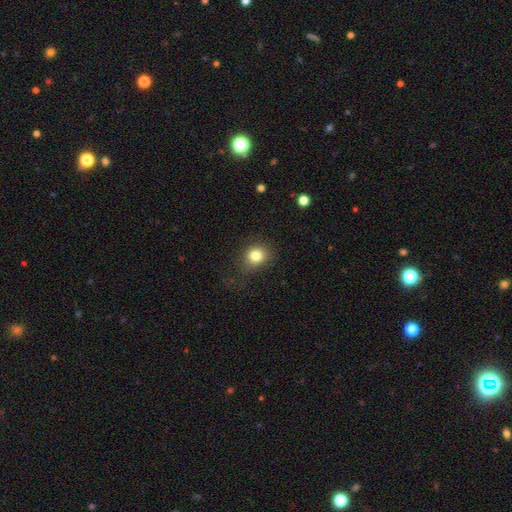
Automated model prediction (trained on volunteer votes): Smooth or featured? smooth (81%)
How rounded? round (67%)
Merging? none (73%)